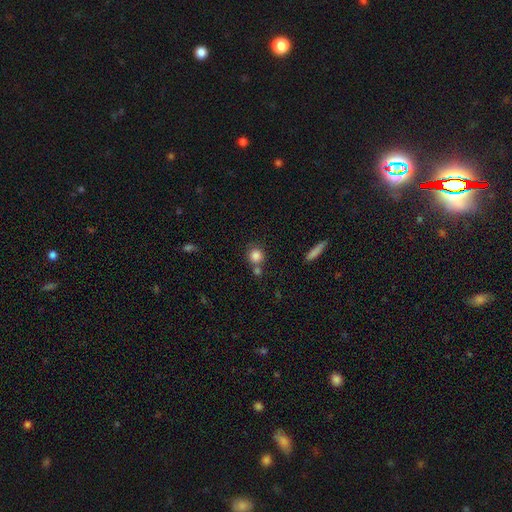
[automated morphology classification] type=smooth (84%); roundness=round (88%); merging=none (59%).